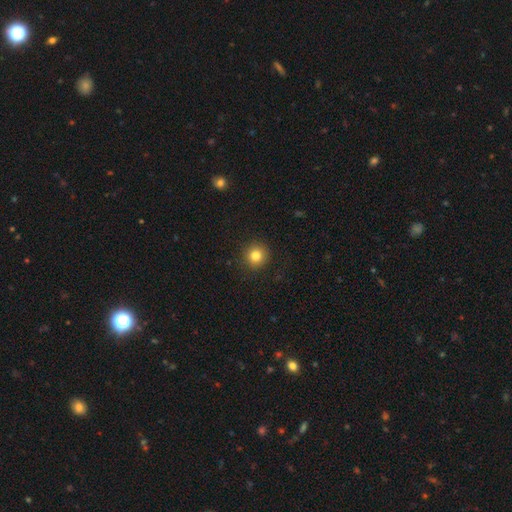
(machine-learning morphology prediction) A smooth galaxy with no disk features (82%) that is round (94%).

Vote fractions:
- Smooth or featured? smooth: 82% / star or artifact: 12% / featured or disk: 7%
- How rounded? round: 94% / in between: 5% / cigar-shaped: 1%
- Merging? none: 92% / minor disturbance: 5% / major disturbance: 2% / merger: 1%